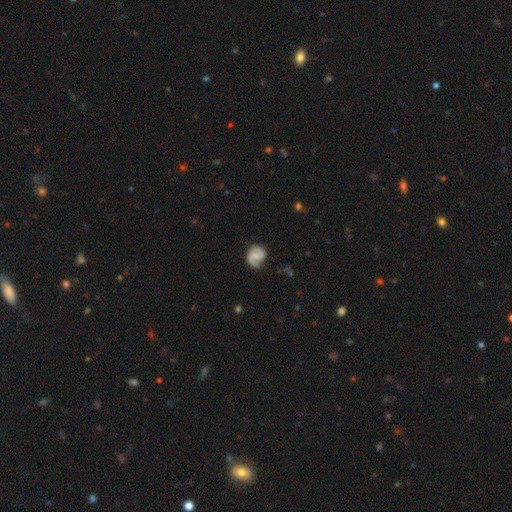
Overall: featured or disk (73%). Edge-on disk: no (100%). Bar: weak (52%; no 44%). Spiral arms: yes (93%). Spiral arm count: 2 (64%; 1 28%). Spiral winding: medium (44%; tight 32%). Bulge size: none (67%). Merging: none (76%).